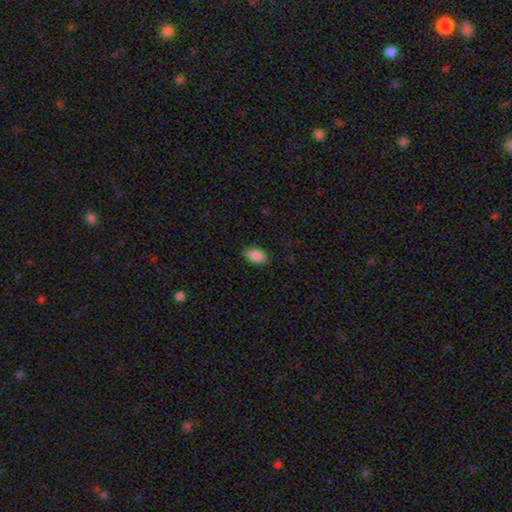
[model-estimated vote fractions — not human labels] smooth_or_featured: smooth (p=0.88) [alt: star or artifact p=0.07]
how_rounded: in between (p=0.93) [alt: round p=0.05]
merging: none (p=0.85) [alt: minor disturbance p=0.12]